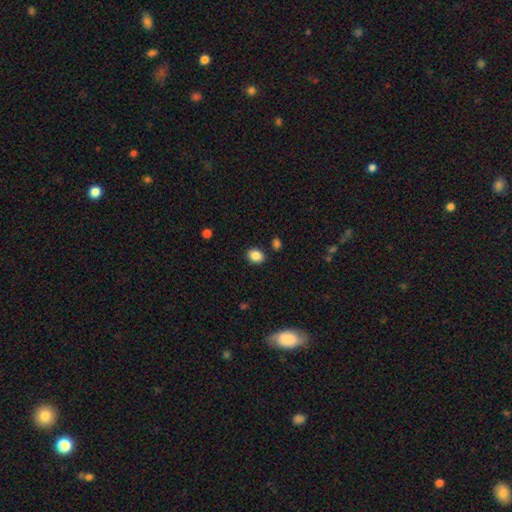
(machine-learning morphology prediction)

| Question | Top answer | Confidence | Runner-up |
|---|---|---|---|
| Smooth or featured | smooth | 87% | star or artifact (9%) |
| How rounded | in between | 57% | round (42%) |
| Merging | none | 86% | minor disturbance (9%) |